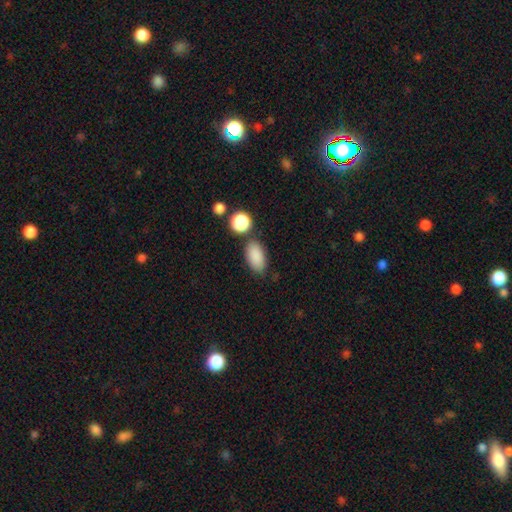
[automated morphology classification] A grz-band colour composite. It shows a smooth galaxy with no disk features (88%) that is in between round and cigar-shaped (92%). Merging: none (76%).